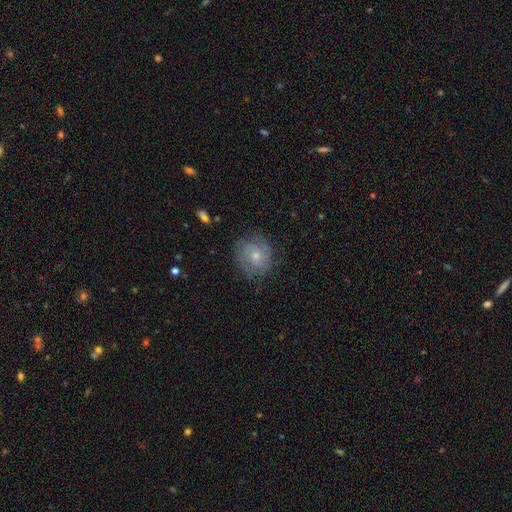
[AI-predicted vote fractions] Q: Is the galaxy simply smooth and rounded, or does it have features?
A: featured or disk — 58%.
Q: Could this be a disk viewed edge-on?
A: no — 97%.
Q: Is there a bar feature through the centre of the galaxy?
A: no — 78%.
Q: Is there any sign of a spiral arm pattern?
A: yes — 82%.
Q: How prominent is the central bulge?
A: small — 48%.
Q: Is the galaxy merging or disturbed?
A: none — 78%.